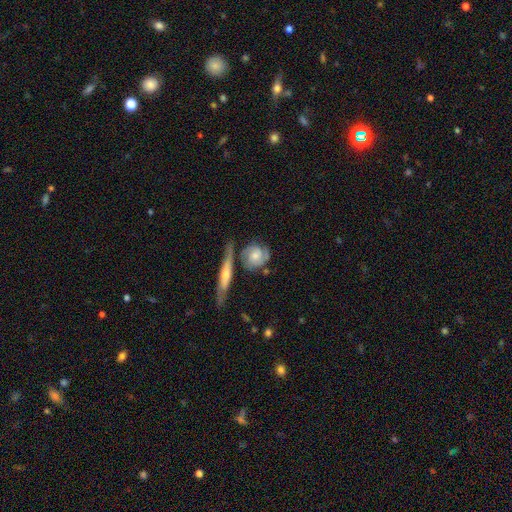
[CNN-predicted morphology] type=featured or disk (76%); edge-on=no (90%); bar=no (69%); spiral arms=yes (94%); winding=tight (52%); arm count=2 (81%); bulge=moderate (49%); merging=none (65%).